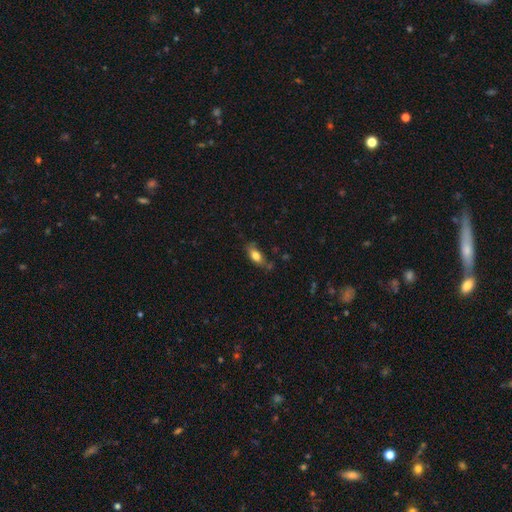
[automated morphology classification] smooth 74%, featured or disk 18%, star or artifact 8%. Down the decision tree: how rounded — in between (79%); merging — none (63%).